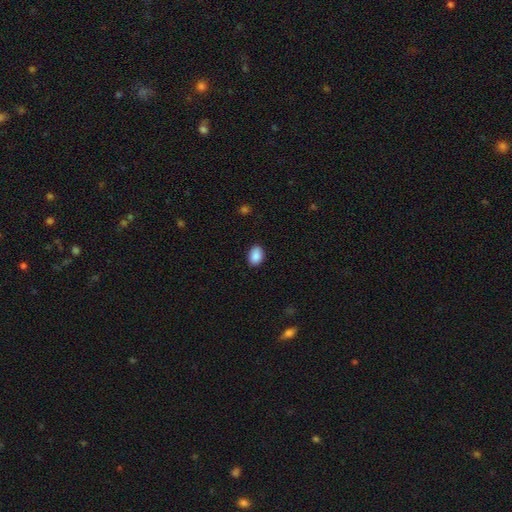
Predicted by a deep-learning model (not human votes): smooth 89%, star or artifact 7%, featured or disk 3%. Down the decision tree: how rounded — in between (79%); merging — none (87%).